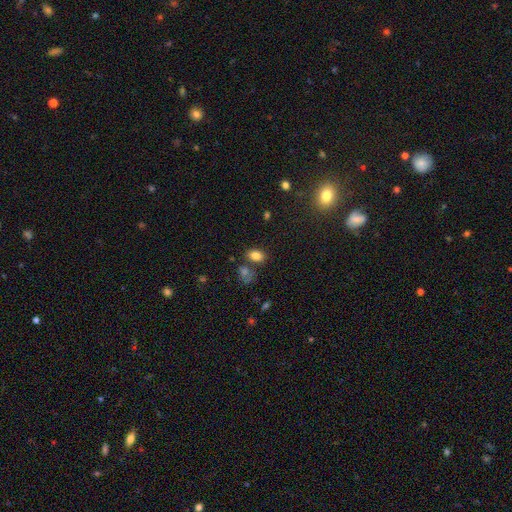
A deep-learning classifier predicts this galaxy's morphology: type=smooth (82%); roundness=in between (82%); merging=none (68%).